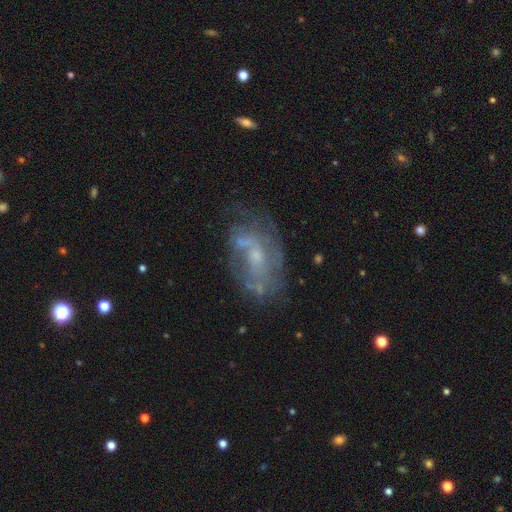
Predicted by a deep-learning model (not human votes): featured or disk 70%, smooth 20%, star or artifact 10%. Down the decision tree: edge-on disk — no (95%); bar — no (65%); spiral arms — yes (57%); bulge size — small (55%); merging — none (54%).